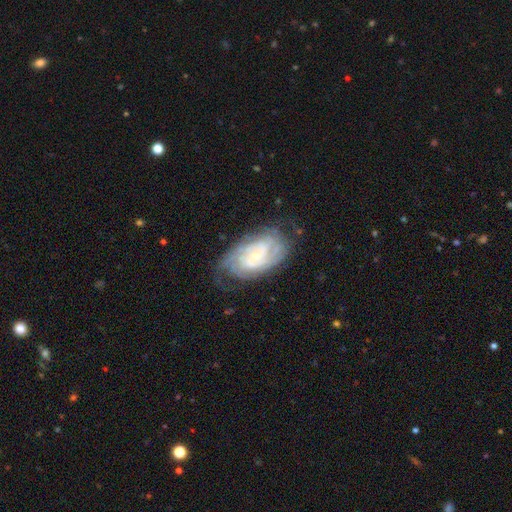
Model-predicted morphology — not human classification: Smooth or featured? Predicted: featured or disk (p=0.83). Edge-on disk? Predicted: no (p=0.96). Bar? Predicted: no (p=0.61). Spiral arms? Predicted: yes (p=0.95). Spiral winding? Predicted: tight (p=0.71). Spiral arm count? Predicted: can't tell (p=0.37). Bulge size? Predicted: small (p=0.74). Merging? Predicted: none (p=0.69).